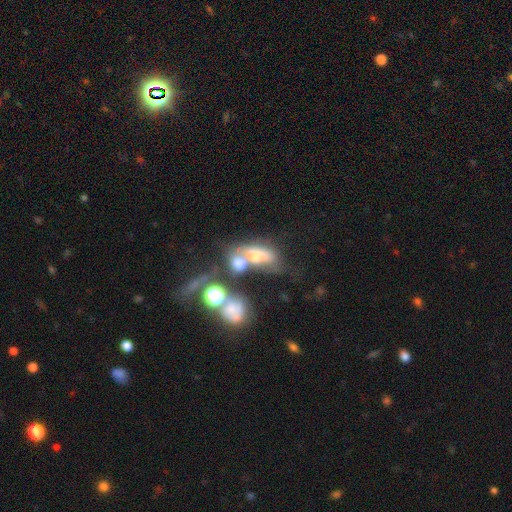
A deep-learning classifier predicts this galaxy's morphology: Smooth or featured?
  - smooth: 43% *
  - featured or disk: 34%
  - star or artifact: 23%
Merging?
  - merger: 55% *
  - none: 19%
  - major disturbance: 16%
  - minor disturbance: 11%